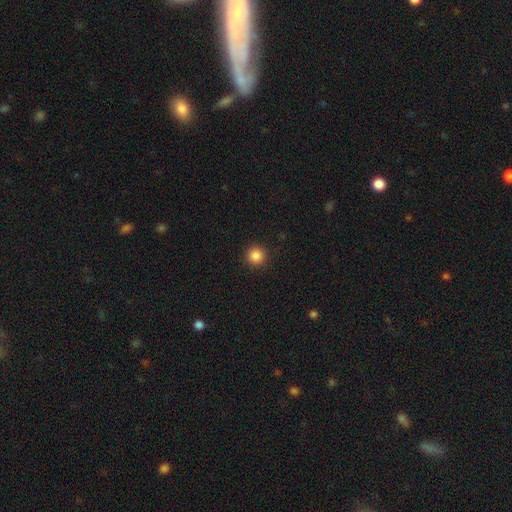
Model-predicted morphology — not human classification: The model was most divided on "smooth or featured": smooth: 86%, star or artifact: 11%, featured or disk: 3%. More confident: how rounded — round (95%); merging — none (92%).